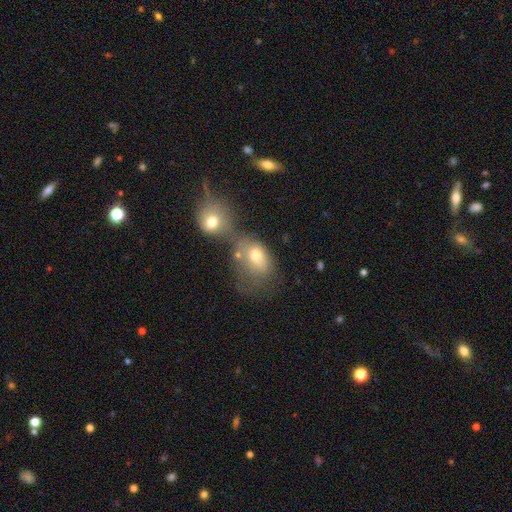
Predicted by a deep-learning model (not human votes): This is likely a smooth galaxy (71%). How rounded: likely in between (63%). Merging: possibly merger (56%).